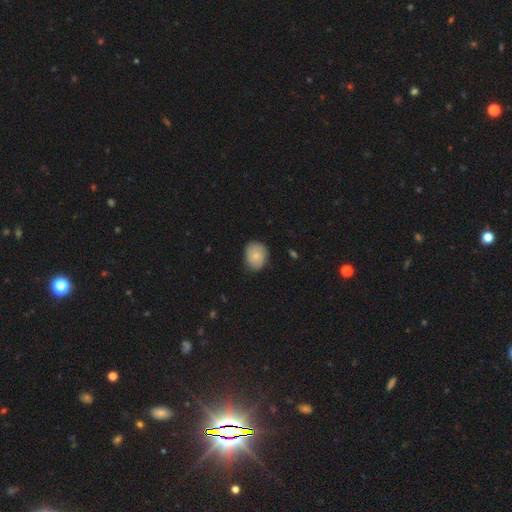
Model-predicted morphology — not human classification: This is likely a smooth galaxy (65%). How rounded: possibly round (54%). Merging: likely none (74%).